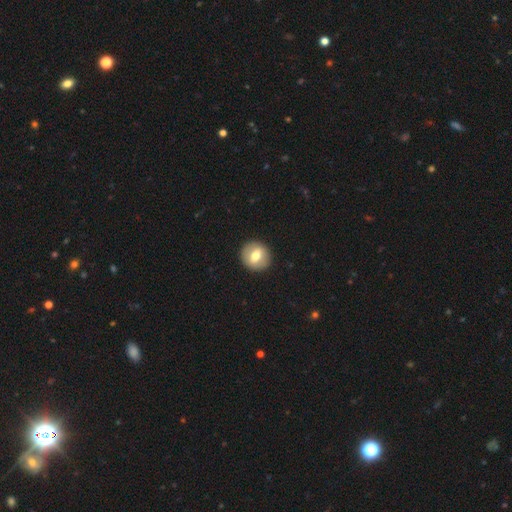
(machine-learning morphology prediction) A smooth galaxy with no disk features (61%) that is round (88%). Merging: none (91%).